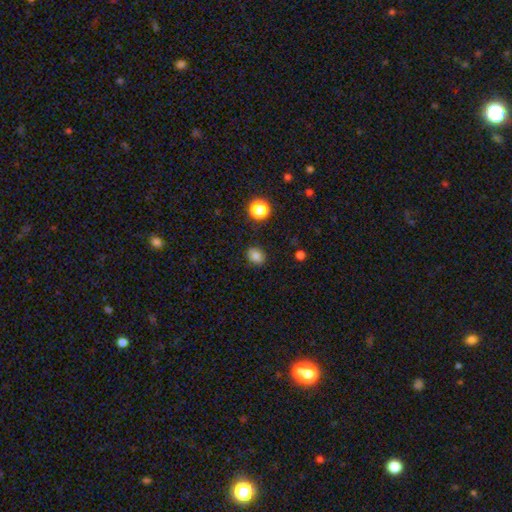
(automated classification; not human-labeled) Smooth or featured? Predicted: smooth (p=0.82). How rounded? Predicted: in between (p=0.50). Merging? Predicted: none (p=0.86).